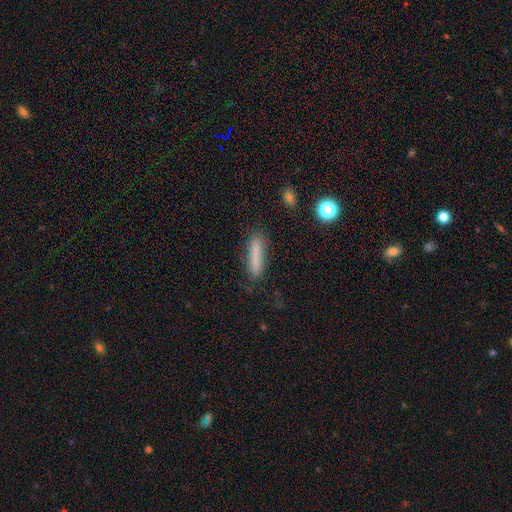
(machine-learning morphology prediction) This is likely a smooth galaxy (80%). How rounded: clearly cigar-shaped (88%). Merging: clearly none (83%).